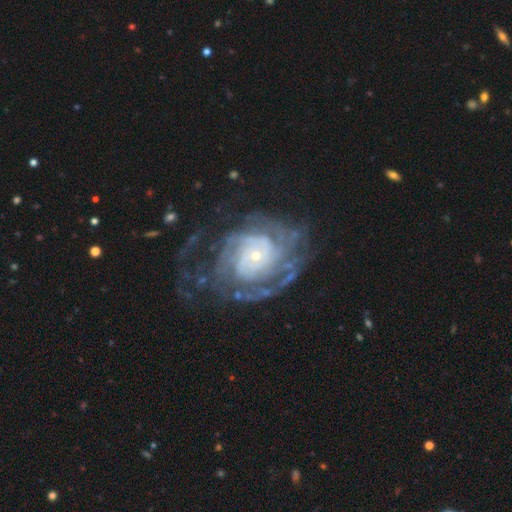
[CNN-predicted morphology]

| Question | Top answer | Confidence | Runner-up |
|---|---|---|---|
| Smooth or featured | featured or disk | 88% | star or artifact (6%) |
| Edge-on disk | no | 97% | yes (3%) |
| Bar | no | 76% | weak (18%) |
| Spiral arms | yes | 95% | no (5%) |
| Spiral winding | tight | 68% | medium (25%) |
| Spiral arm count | can't tell | 34% | 4 (16%) |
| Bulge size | small | 77% | moderate (18%) |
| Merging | none | 59% | major disturbance (21%) |